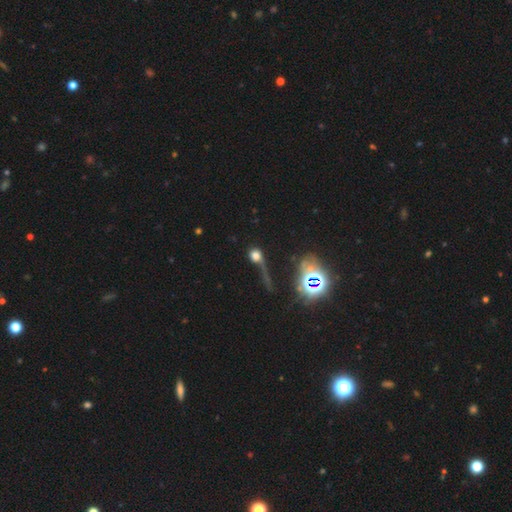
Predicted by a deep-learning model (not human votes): Q: Smooth or featured?
A: smooth (55%); runner-up: star or artifact (27%)
Q: How rounded?
A: round (78%); runner-up: in between (18%)
Q: Merging?
A: major disturbance (36%); runner-up: none (32%)